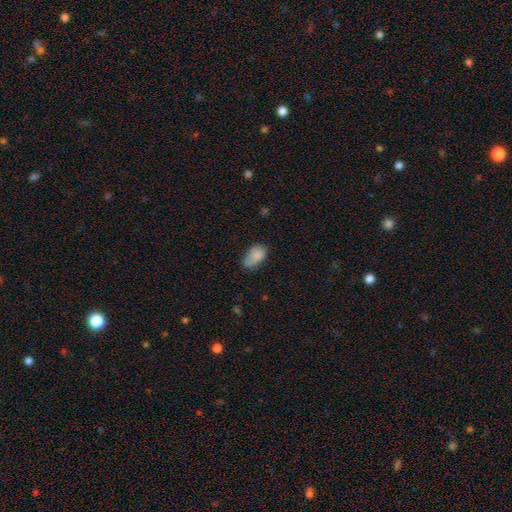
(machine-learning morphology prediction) A smooth galaxy with no disk features (81%) that is in between round and cigar-shaped (91%). Merging: none (45%).